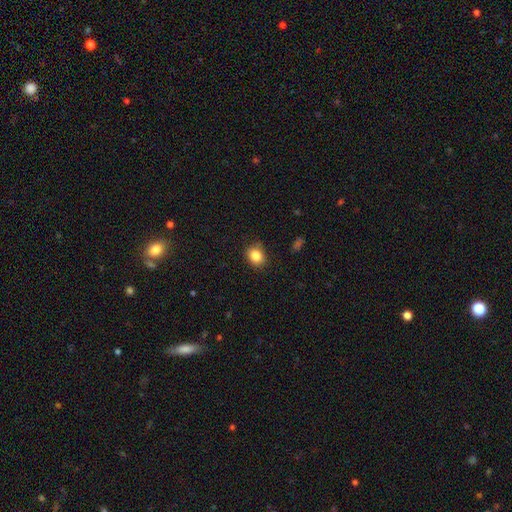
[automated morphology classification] smooth-or-featured: smooth: 85% | star or artifact: 10% | featured or disk: 5%
  how-rounded: round: 56% | in between: 43% | cigar-shaped: 1%
  merging: none: 83% | minor disturbance: 13% | major disturbance: 3% | merger: 1%